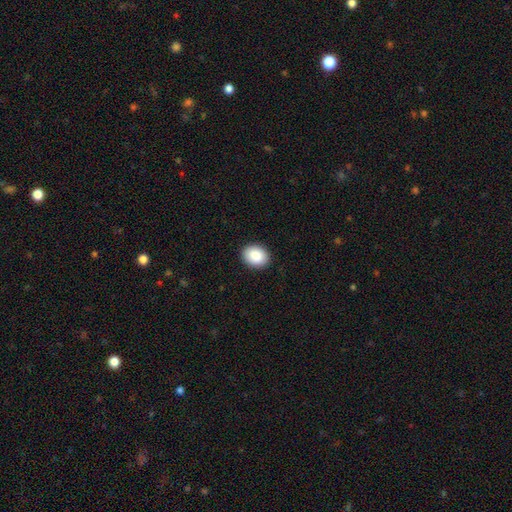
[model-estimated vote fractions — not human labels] This appears to be a smooth galaxy with no disk features (88%) that is in between round and cigar-shaped (59%). Merging: none (91%).